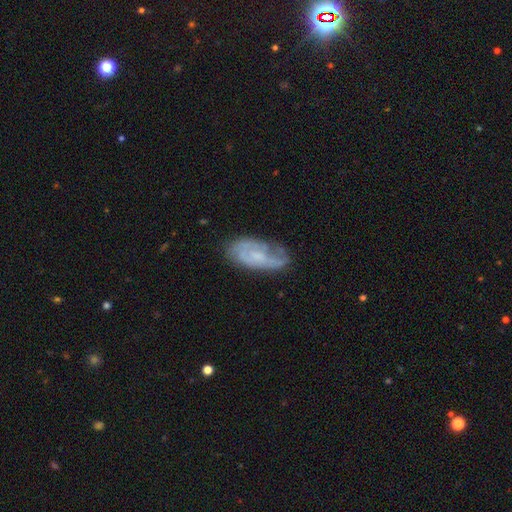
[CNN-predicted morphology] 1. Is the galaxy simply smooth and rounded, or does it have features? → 63% featured or disk, 29% smooth, 7% star or artifact.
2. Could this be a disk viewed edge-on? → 93% no, 7% yes.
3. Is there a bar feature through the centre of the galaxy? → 63% no, 31% weak, 6% strong.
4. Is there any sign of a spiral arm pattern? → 78% yes, 22% no.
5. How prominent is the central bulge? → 45% small, 27% none, 25% moderate, 3% large, 1% dominant.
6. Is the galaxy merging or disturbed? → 61% none, 25% minor disturbance, 12% major disturbance, 2% merger.